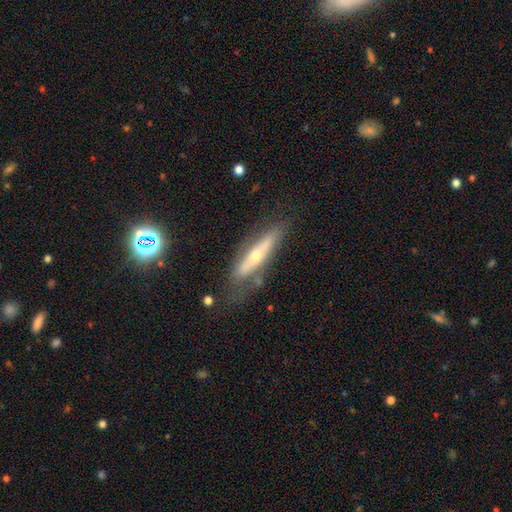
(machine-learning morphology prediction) Q: Smooth or featured?
A: featured or disk (60%); runner-up: smooth (33%)
Q: Edge-on disk?
A: yes (64%); runner-up: no (36%)
Q: Merging?
A: none (63%); runner-up: minor disturbance (22%)